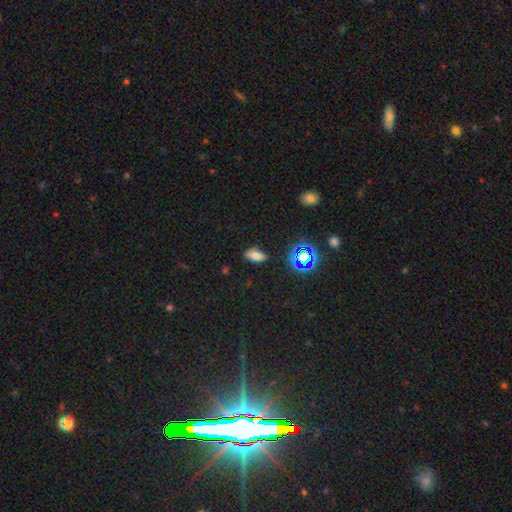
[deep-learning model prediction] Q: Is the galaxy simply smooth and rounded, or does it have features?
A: smooth — 68%.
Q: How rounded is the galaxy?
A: in between — 84%.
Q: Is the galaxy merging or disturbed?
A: none — 79%.